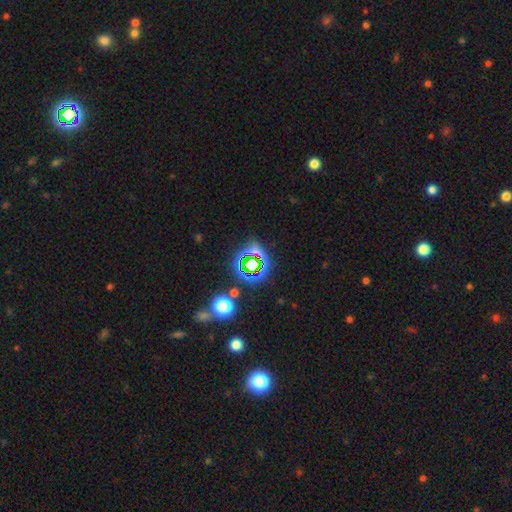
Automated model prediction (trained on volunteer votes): Q: Smooth or featured?
A: star or artifact (69%); runner-up: smooth (19%)